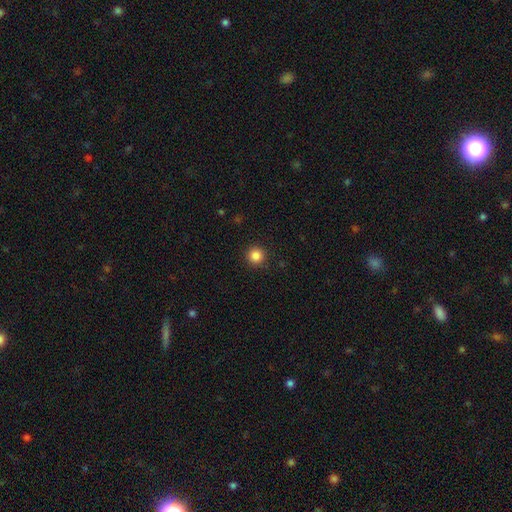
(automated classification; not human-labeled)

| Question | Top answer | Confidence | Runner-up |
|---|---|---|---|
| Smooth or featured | smooth | 86% | star or artifact (11%) |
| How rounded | round | 95% | in between (4%) |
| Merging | none | 91% | minor disturbance (6%) |